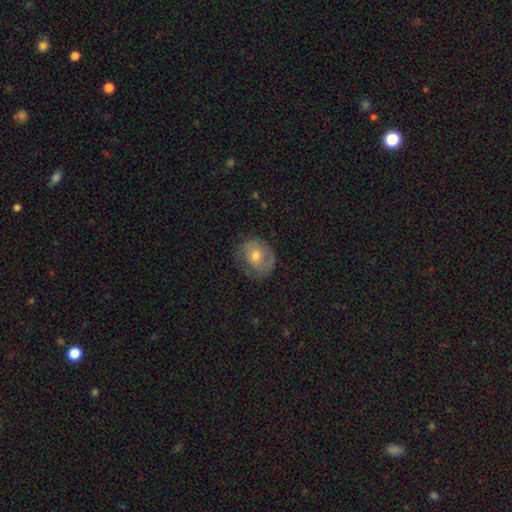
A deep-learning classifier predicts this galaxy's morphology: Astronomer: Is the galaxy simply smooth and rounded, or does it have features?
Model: smooth — 48% (runner-up: featured or disk, 44%).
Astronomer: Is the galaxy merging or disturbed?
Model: none — 67%.